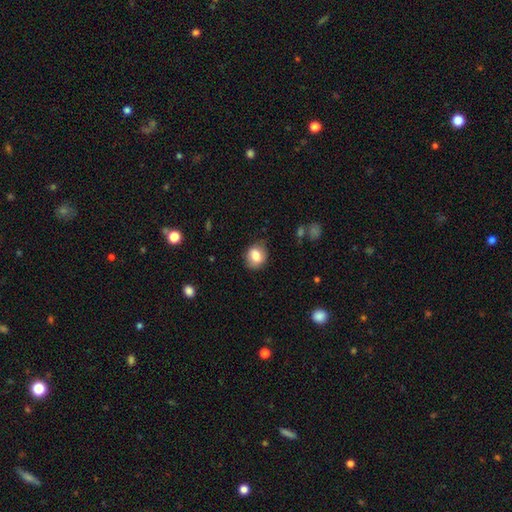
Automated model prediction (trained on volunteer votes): Q: Smooth or featured?
A: smooth (79%); runner-up: featured or disk (13%)
Q: How rounded?
A: round (51%); runner-up: in between (48%)
Q: Merging?
A: none (76%); runner-up: minor disturbance (18%)